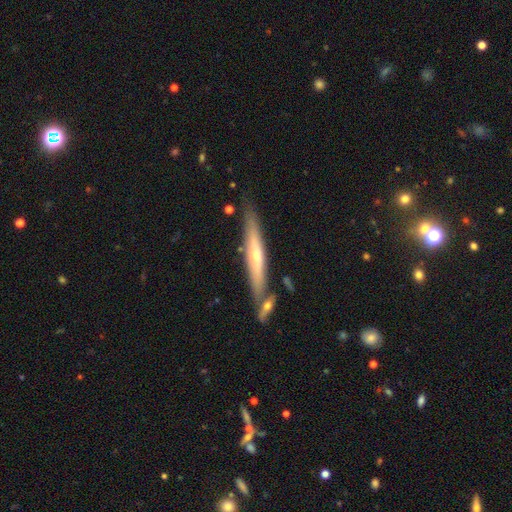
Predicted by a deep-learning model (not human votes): A featured or disk galaxy (57%) viewed edge-on (89%) with a rounded central bulge (67%). Merging: none (77%).